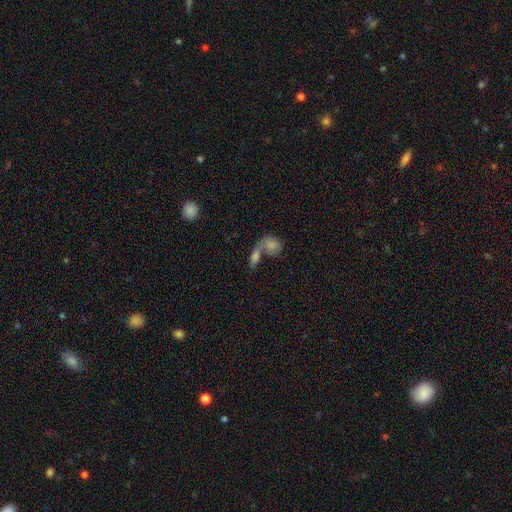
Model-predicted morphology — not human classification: A smooth galaxy with no disk features (65%) that is in between round and cigar-shaped (70%). Merging: merger (67%).